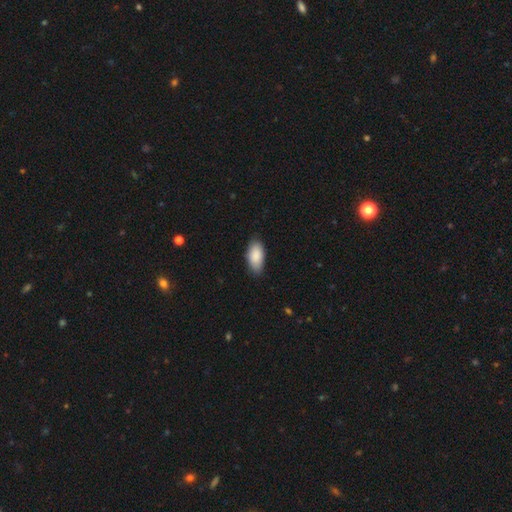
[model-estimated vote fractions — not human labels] This is clearly a smooth galaxy (89%). How rounded: clearly in between (93%). Merging: clearly none (82%).